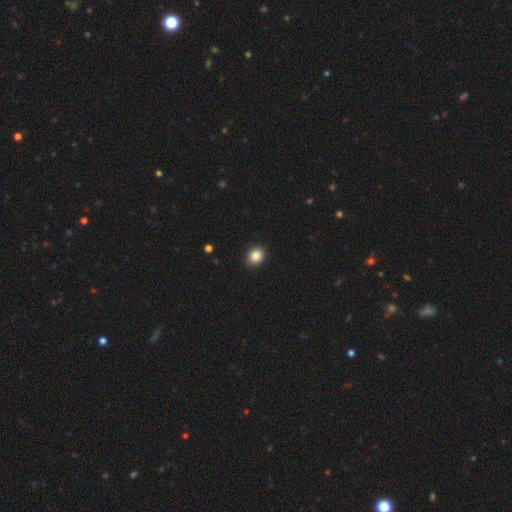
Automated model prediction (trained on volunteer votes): A smooth galaxy with no disk features (86%) that is round (55%).

Vote fractions:
- Smooth or featured? smooth: 86% / star or artifact: 9% / featured or disk: 5%
- How rounded? round: 55% / in between: 44% / cigar-shaped: 1%
- Merging? none: 87% / minor disturbance: 11% / major disturbance: 2% / merger: 1%